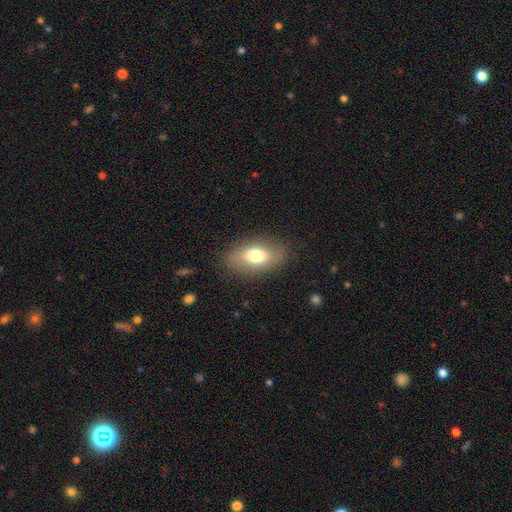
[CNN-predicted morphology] type=smooth (71%); roundness=in between (90%); merging=none (83%).